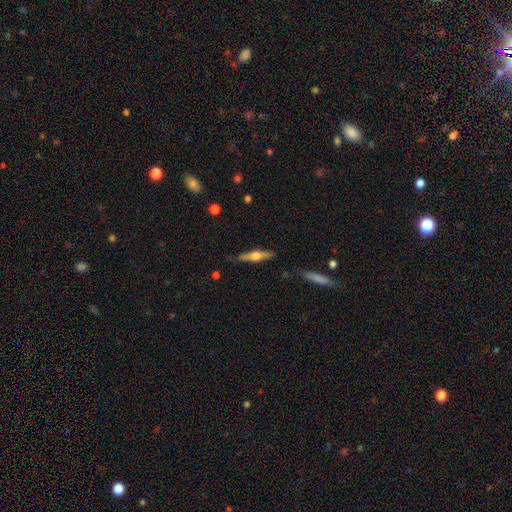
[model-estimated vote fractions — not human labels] A featured or disk galaxy (63%) viewed edge-on (96%) with a rounded central bulge (93%).

Vote fractions:
- Smooth or featured? featured or disk: 63% / smooth: 31% / star or artifact: 6%
- Edge-on disk? yes: 96% / no: 4%
- Edge-on bulge? rounded: 93% / boxy: 5% / none: 2%
- Merging? none: 86% / minor disturbance: 10% / major disturbance: 2% / merger: 2%